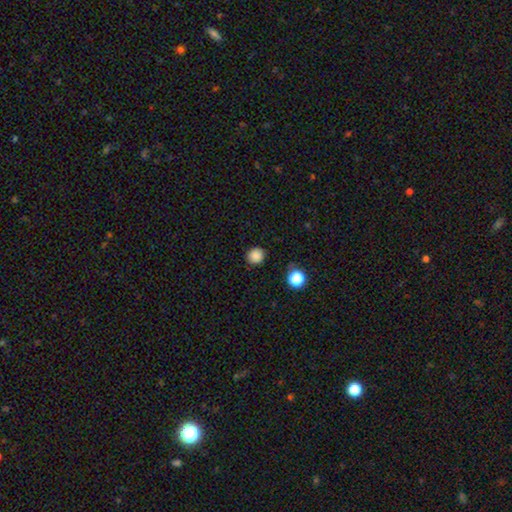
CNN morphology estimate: smooth 86%, star or artifact 12%, featured or disk 3%. Down the decision tree: how rounded — round (92%); merging — none (88%).